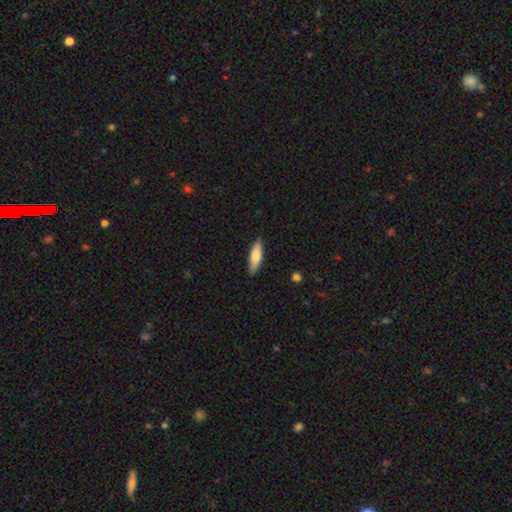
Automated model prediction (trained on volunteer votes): The model was most divided on "how rounded": cigar-shaped: 55%, in between: 43%, round: 2%. More confident: merging — none (86%); smooth or featured — smooth (79%).